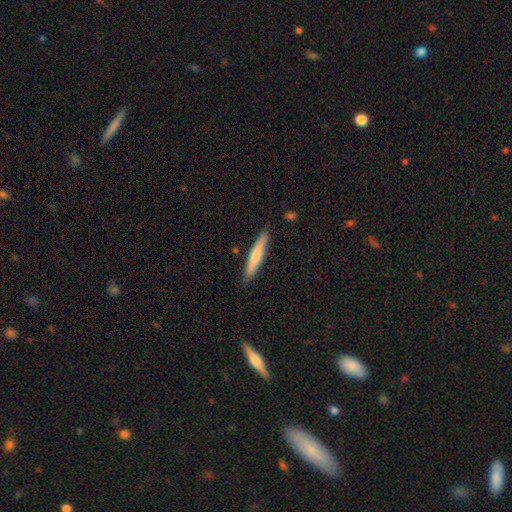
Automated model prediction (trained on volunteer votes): A smooth galaxy with no disk features (63%) that is cigar-shaped (93%).

Vote fractions:
- Smooth or featured? smooth: 63% / featured or disk: 31% / star or artifact: 5%
- How rounded? cigar-shaped: 93% / in between: 6% / round: 1%
- Merging? none: 88% / minor disturbance: 9% / major disturbance: 2% / merger: 2%